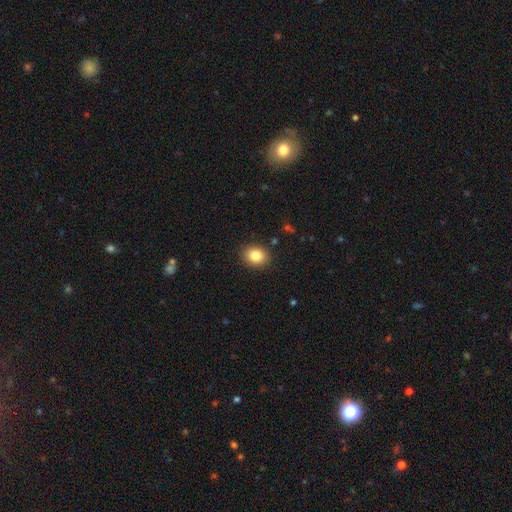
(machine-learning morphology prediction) Smooth or featured: smooth — 85% (star or artifact — 9%)
How rounded: round — 50% (in between — 49%)
Merging: none — 89% (minor disturbance — 8%)